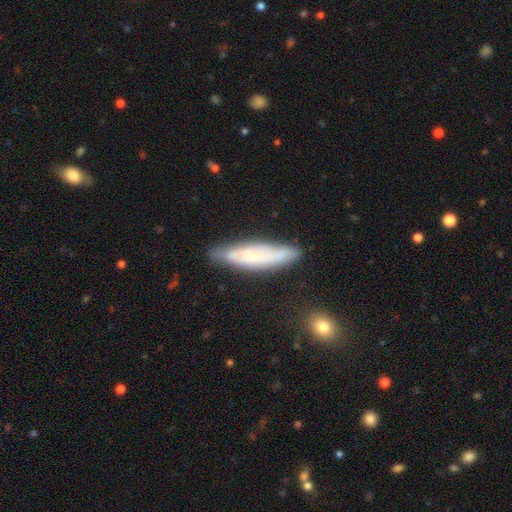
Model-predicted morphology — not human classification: Smooth or featured? Predicted: featured or disk (p=0.47). Merging? Predicted: none (p=0.72).